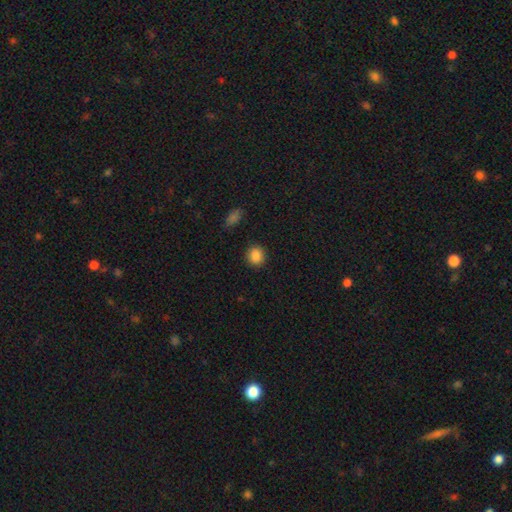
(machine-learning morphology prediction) The model was most divided on "how rounded": round: 71%, in between: 28%, cigar-shaped: 1%. More confident: merging — none (89%); smooth or featured — smooth (87%).